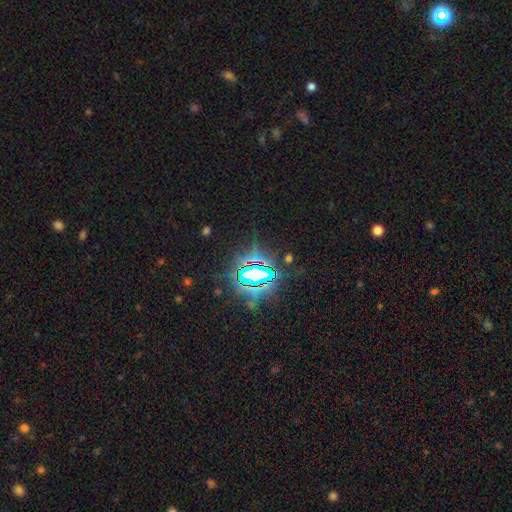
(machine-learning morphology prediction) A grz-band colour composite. It shows a star or artifact, not a galaxy (84%).